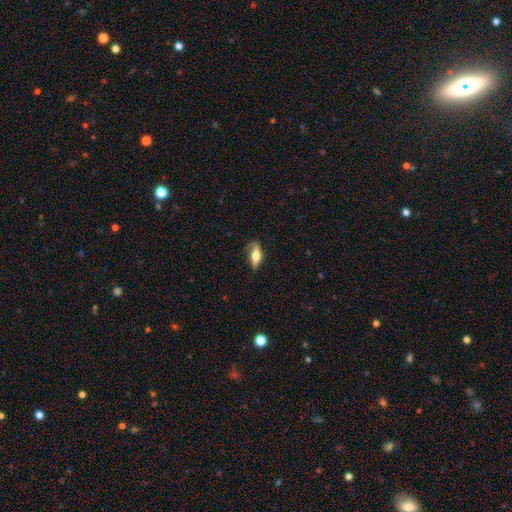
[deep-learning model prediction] smooth 52%, featured or disk 41%, star or artifact 7%. Down the decision tree: how rounded — in between (61%); merging — none (52%).